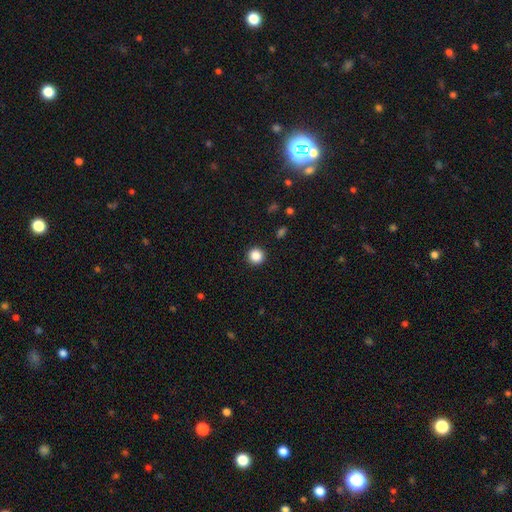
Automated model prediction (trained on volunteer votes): smooth_or_featured: smooth (p=0.87) [alt: star or artifact p=0.10]
how_rounded: round (p=0.95) [alt: in between p=0.04]
merging: none (p=0.92) [alt: minor disturbance p=0.05]